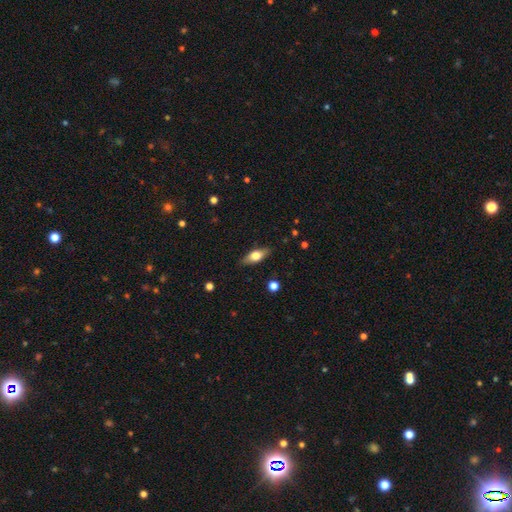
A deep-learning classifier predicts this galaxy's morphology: smooth-or-featured: smooth: 61% | featured or disk: 33% | star or artifact: 7%
  how-rounded: in between: 70% | cigar-shaped: 27% | round: 4%
  merging: none: 86% | minor disturbance: 11% | major disturbance: 2% | merger: 1%